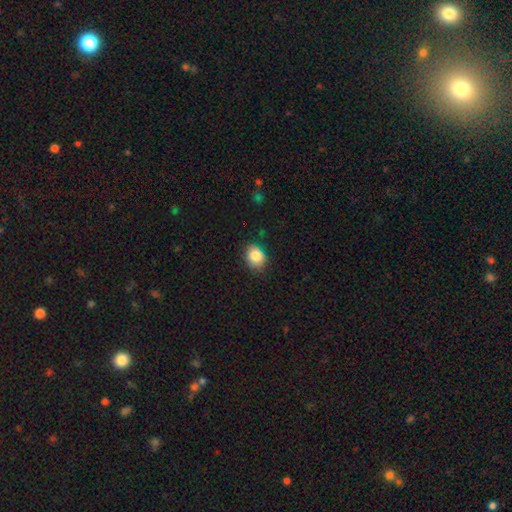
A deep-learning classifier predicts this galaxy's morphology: Smooth or featured? smooth (84%)
How rounded? in between (52%)
Merging? none (78%)